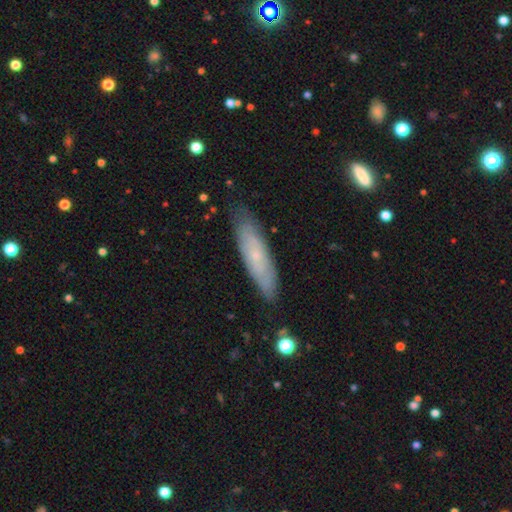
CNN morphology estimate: smooth-or-featured: featured or disk: 47% | smooth: 46% | star or artifact: 7%
  merging: none: 81% | minor disturbance: 15% | major disturbance: 3% | merger: 1%